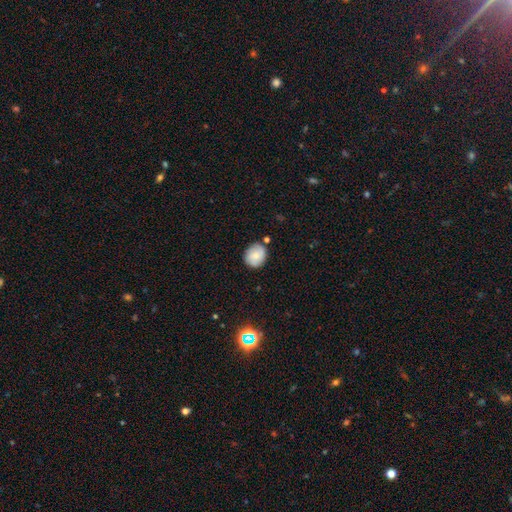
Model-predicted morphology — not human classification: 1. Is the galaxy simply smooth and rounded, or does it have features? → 68% smooth, 23% featured or disk, 8% star or artifact.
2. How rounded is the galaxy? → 74% round, 25% in between, 1% cigar-shaped.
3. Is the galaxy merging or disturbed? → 75% none, 17% minor disturbance, 4% merger, 3% major disturbance.